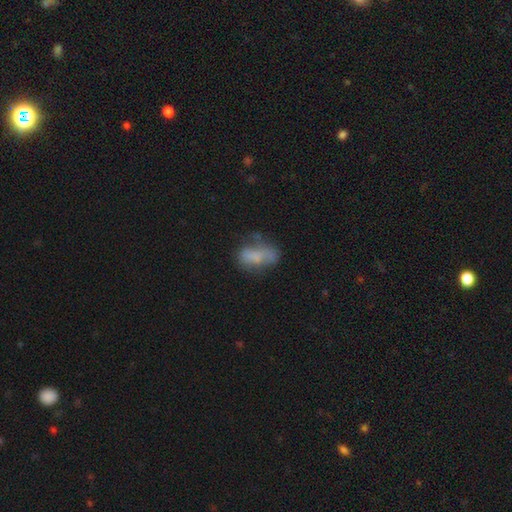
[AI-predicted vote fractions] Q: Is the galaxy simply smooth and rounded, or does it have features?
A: smooth — 62%.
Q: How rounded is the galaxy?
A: in between — 85%.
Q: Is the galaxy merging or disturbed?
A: none — 42%.